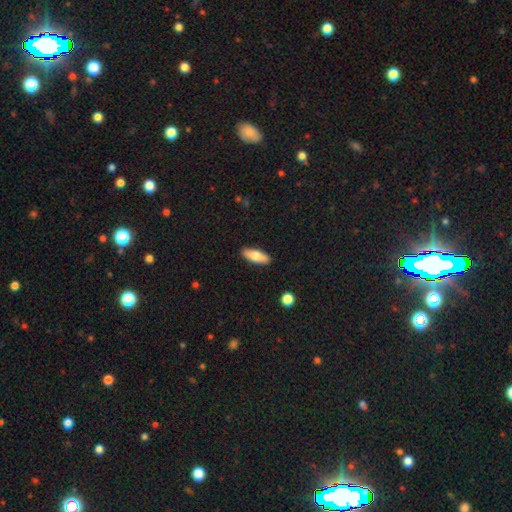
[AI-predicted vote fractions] Q: Smooth or featured?
A: smooth (74%); runner-up: featured or disk (20%)
Q: How rounded?
A: in between (71%); runner-up: cigar-shaped (26%)
Q: Merging?
A: none (89%); runner-up: minor disturbance (8%)